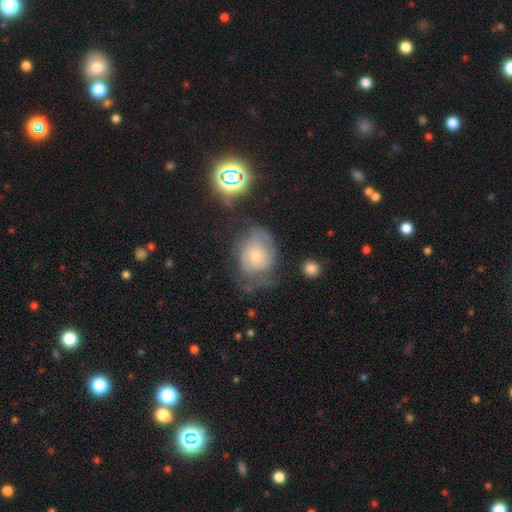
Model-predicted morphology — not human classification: Smooth or featured? Predicted: featured or disk (p=0.48). Merging? Predicted: none (p=0.39).